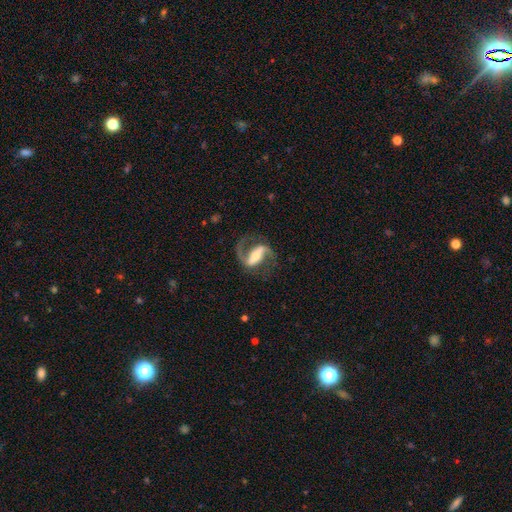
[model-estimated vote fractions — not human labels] Smooth or featured? featured or disk (89%)
Edge-on disk? no (96%)
Bar? strong (62%)
Spiral arms? yes (96%)
Spiral winding? medium (50%)
Spiral arm count? 2 (89%)
Bulge size? moderate (45%)
Merging? none (74%)